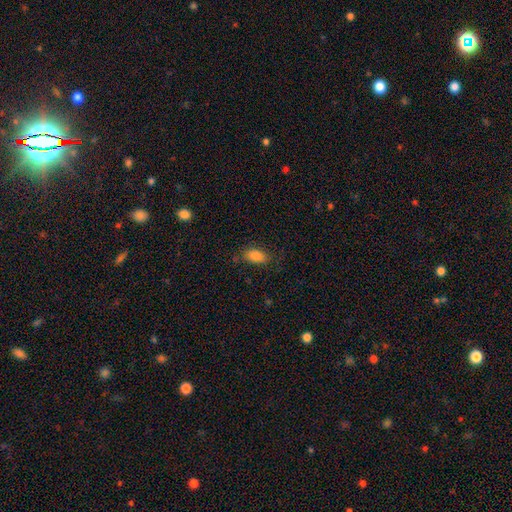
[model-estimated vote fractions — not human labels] Q: Smooth or featured?
A: smooth (85%); runner-up: star or artifact (9%)
Q: How rounded?
A: in between (90%); runner-up: round (6%)
Q: Merging?
A: none (78%); runner-up: minor disturbance (16%)